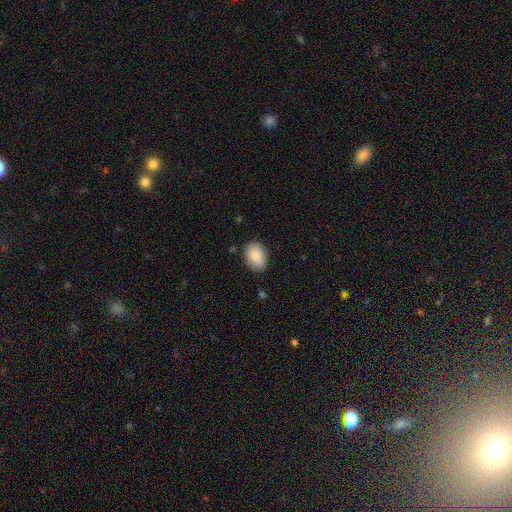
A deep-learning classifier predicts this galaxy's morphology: Overall: smooth (85%). How rounded: in between (83%). Merging: none (84%).